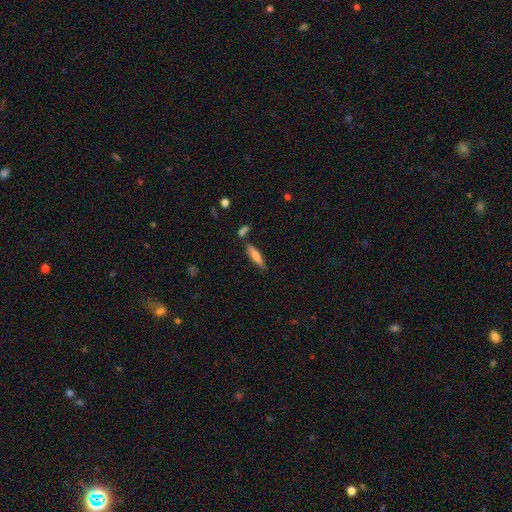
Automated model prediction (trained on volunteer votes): Smooth or featured: smooth — 69% (featured or disk — 25%)
How rounded: cigar-shaped — 72% (in between — 27%)
Merging: none — 72% (minor disturbance — 16%)